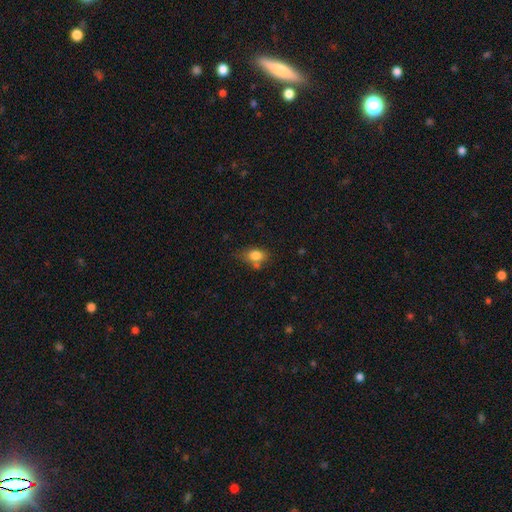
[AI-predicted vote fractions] A smooth galaxy with no disk features (81%) that is in between round and cigar-shaped (74%).

Vote fractions:
- Smooth or featured? smooth: 81% / featured or disk: 10% / star or artifact: 10%
- How rounded? in between: 74% / round: 23% / cigar-shaped: 3%
- Merging? none: 51% / minor disturbance: 25% / merger: 17% / major disturbance: 8%